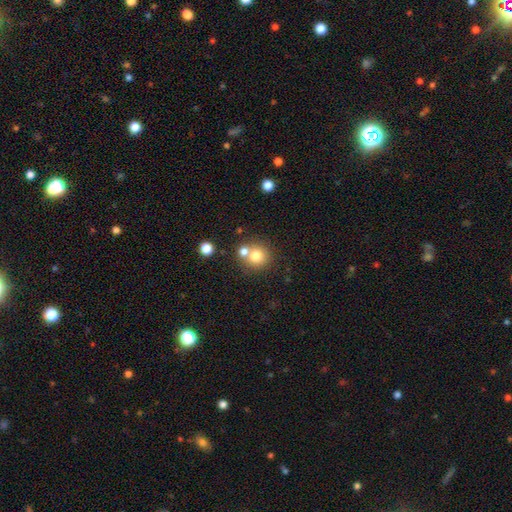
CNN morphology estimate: Smooth or featured: smooth — 77% (star or artifact — 11%)
How rounded: round — 90% (in between — 10%)
Merging: none — 57% (merger — 33%)